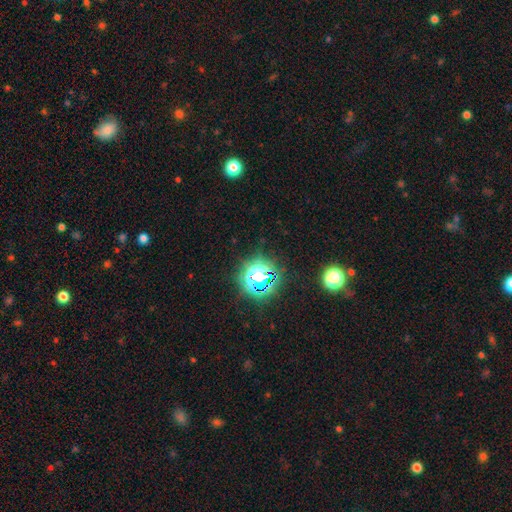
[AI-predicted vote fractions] Morphology: type=star or artifact (78%).